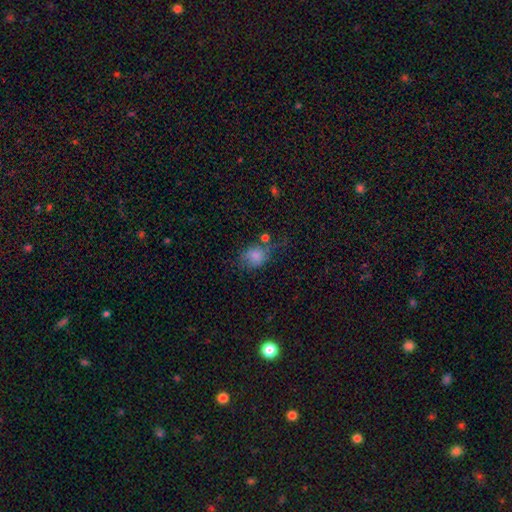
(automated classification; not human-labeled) A smooth galaxy with no disk features (79%) that is in between round and cigar-shaped (49%, tied with round). Merging: none (44%).